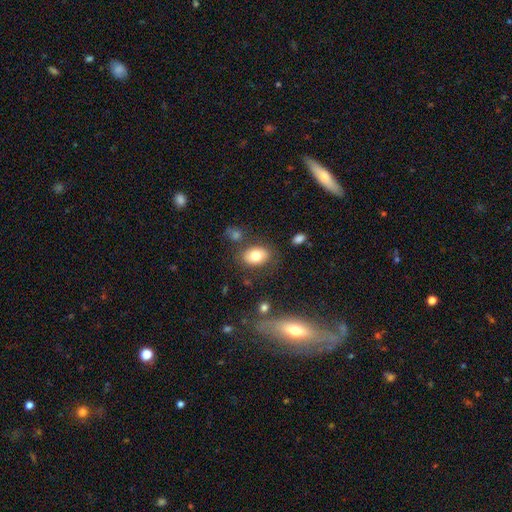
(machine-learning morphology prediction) This appears to be a smooth galaxy with no disk features (78%) that is in between round and cigar-shaped (78%). Merging: none (78%).